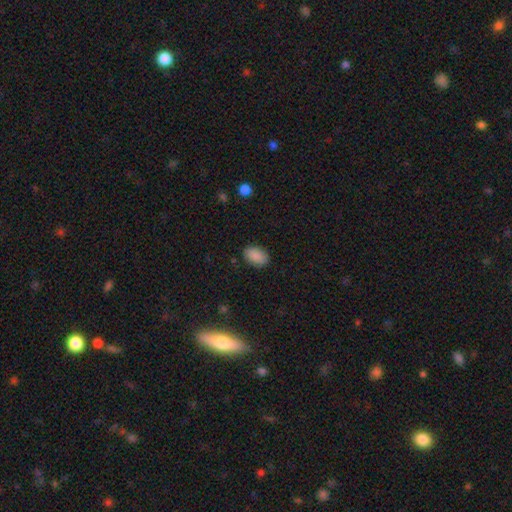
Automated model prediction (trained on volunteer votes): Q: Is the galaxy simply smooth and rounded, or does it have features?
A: smooth — 89%.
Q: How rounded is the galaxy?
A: in between — 91%.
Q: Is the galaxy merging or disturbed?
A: none — 86%.